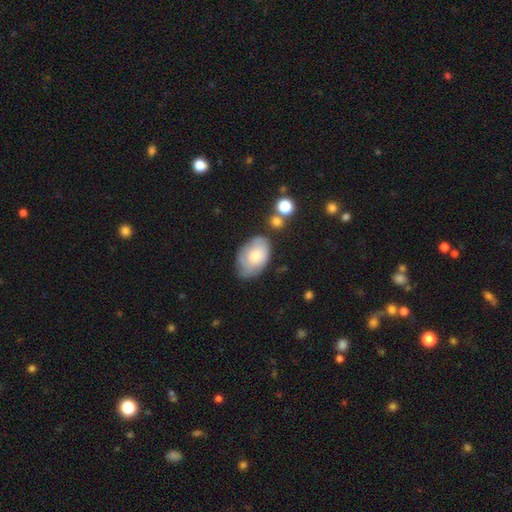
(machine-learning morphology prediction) This is likely a smooth galaxy (61%). How rounded: clearly in between (87%). Merging: possibly none (56%).